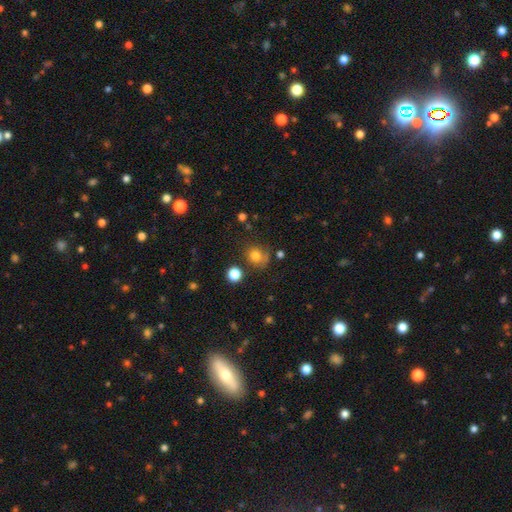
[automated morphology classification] Overall: smooth (77%). How rounded: round (78%). Merging: none (65%).